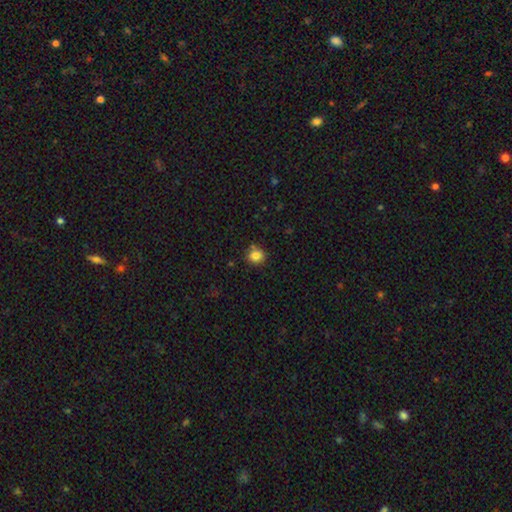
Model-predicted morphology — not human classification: This is clearly a smooth galaxy (83%). How rounded: clearly round (82%). Merging: likely none (79%).